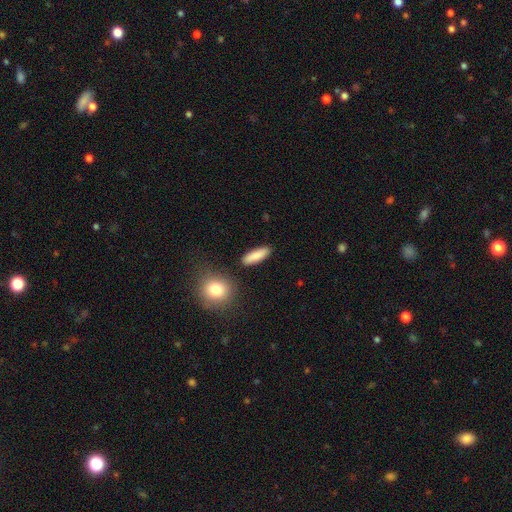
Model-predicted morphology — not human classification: This is clearly a smooth galaxy (87%). How rounded: possibly cigar-shaped (51%). Merging: clearly none (87%).